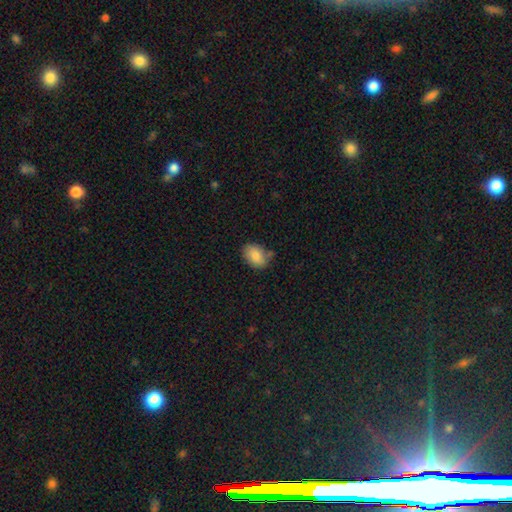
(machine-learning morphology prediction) This is clearly a smooth galaxy (85%). How rounded: likely in between (79%). Merging: likely none (72%).